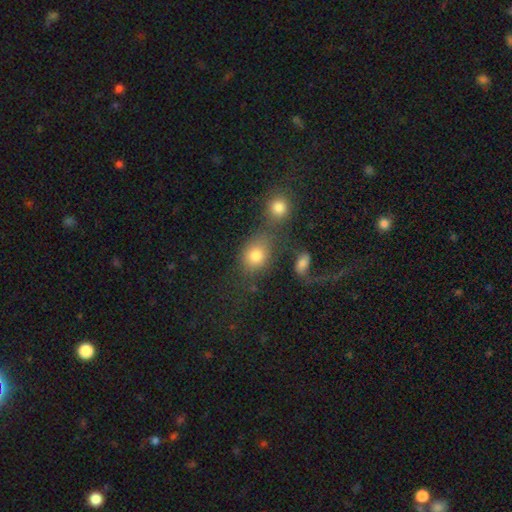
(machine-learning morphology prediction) This is likely a smooth galaxy (78%). How rounded: possibly in between (50%). Merging: possibly none (47%).